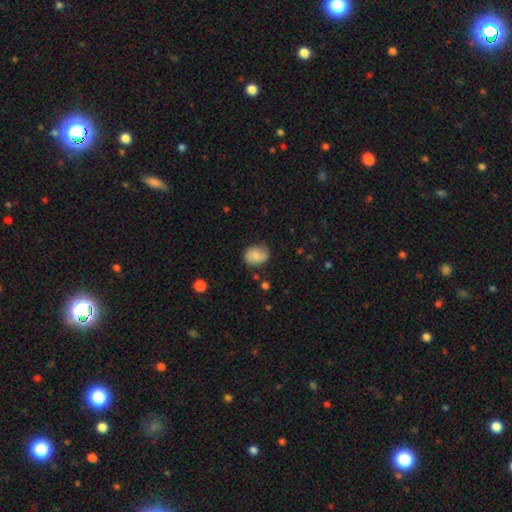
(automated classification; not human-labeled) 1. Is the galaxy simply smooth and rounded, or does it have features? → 73% smooth, 18% featured or disk, 8% star or artifact.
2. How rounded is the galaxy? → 50% in between, 49% round, 1% cigar-shaped.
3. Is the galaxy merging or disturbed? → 74% none, 19% minor disturbance, 5% major disturbance, 2% merger.